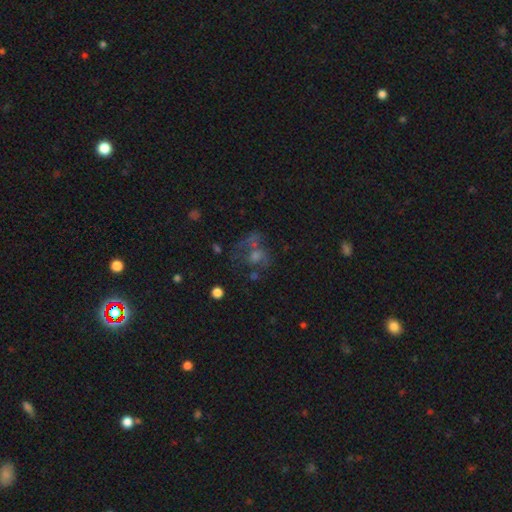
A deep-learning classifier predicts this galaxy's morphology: type=featured or disk (38%); merging=none (37%).